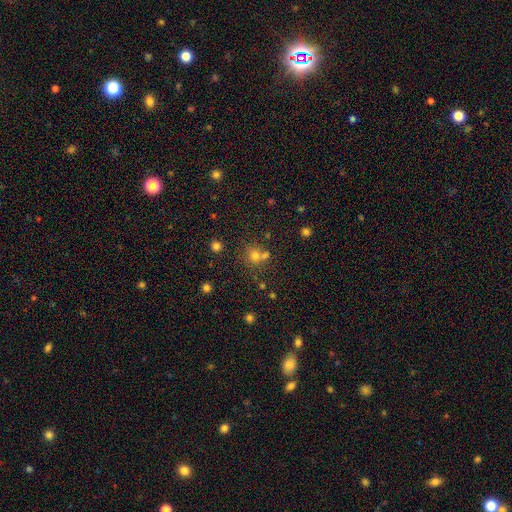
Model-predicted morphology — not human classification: Q: Smooth or featured?
A: smooth (64%); runner-up: star or artifact (25%)
Q: How rounded?
A: round (85%); runner-up: in between (14%)
Q: Merging?
A: none (58%); runner-up: merger (30%)